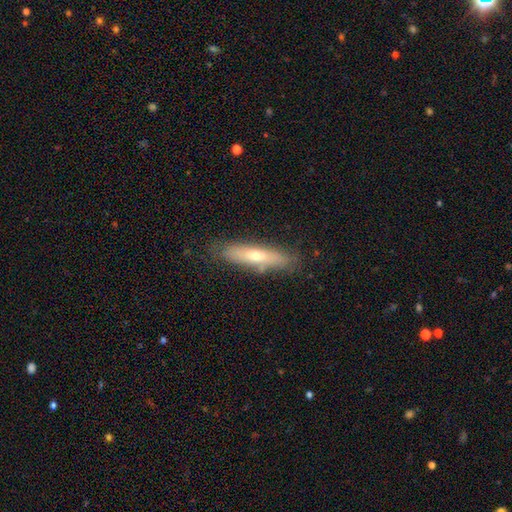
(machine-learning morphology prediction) A smooth galaxy with no disk features (54%) that is cigar-shaped (76%).

Vote fractions:
- Smooth or featured? smooth: 54% / featured or disk: 39% / star or artifact: 7%
- How rounded? cigar-shaped: 76% / in between: 22% / round: 2%
- Merging? none: 80% / minor disturbance: 14% / major disturbance: 3% / merger: 3%